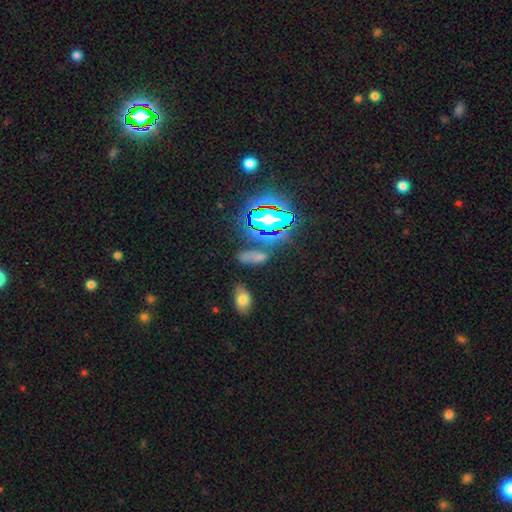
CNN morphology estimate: Smooth or featured? smooth (47%)
Merging? none (61%)